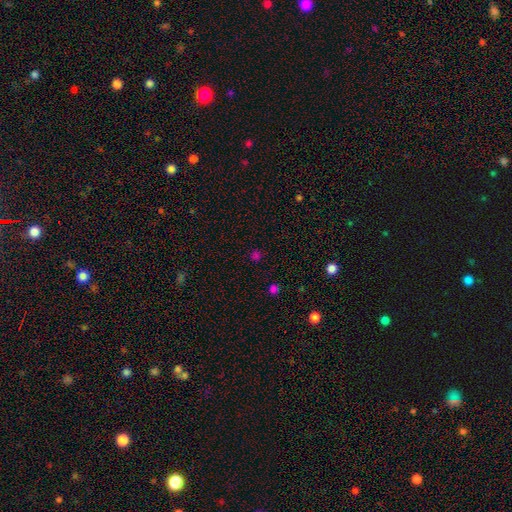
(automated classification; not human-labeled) Smooth or featured?
  - smooth: 62% *
  - star or artifact: 33%
  - featured or disk: 5%
How rounded?
  - round: 89% *
  - in between: 10%
  - cigar-shaped: 1%
Merging?
  - none: 85% *
  - minor disturbance: 9%
  - major disturbance: 4%
  - merger: 3%